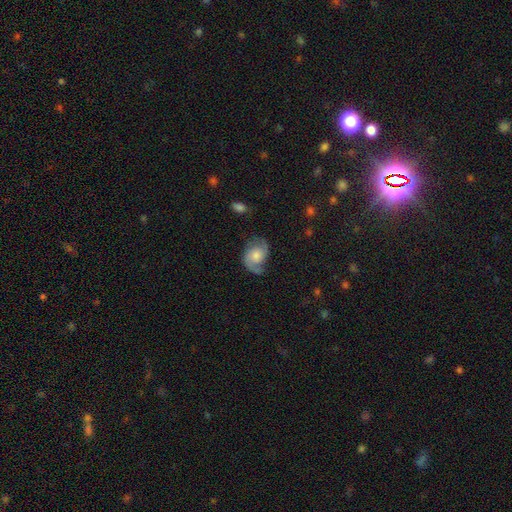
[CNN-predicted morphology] Overall: featured or disk (77%). Edge-on disk: no (98%). Bar: no (70%). Spiral arms: yes (95%). Spiral arm count: 2 (89%). Spiral winding: medium (51%; loose 26%). Bulge size: moderate (45%; small 29%). Merging: none (69%).